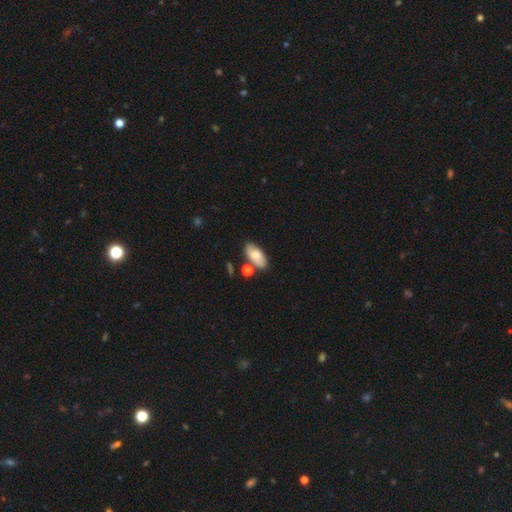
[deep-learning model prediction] A smooth galaxy with no disk features (74%) that is in between round and cigar-shaped (92%). Merging: none (70%).